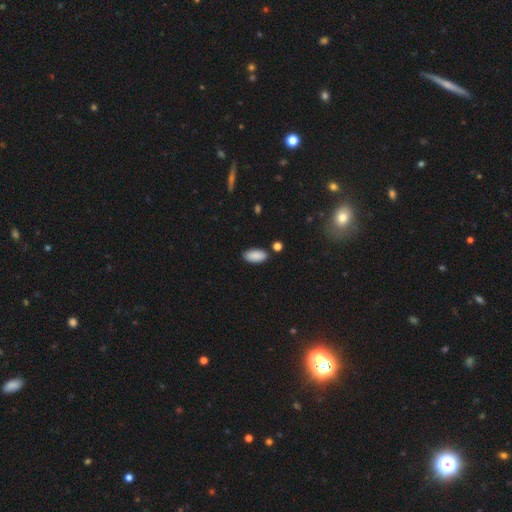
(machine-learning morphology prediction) Smooth or featured: smooth — 89% (star or artifact — 7%)
How rounded: in between — 93% (cigar-shaped — 5%)
Merging: none — 84% (minor disturbance — 10%)